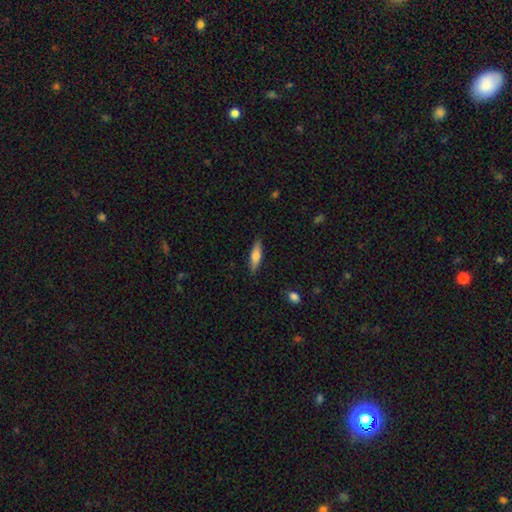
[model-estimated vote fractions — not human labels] This appears to be a smooth galaxy with no disk features (69%) that is cigar-shaped (66%). Merging: none (87%).